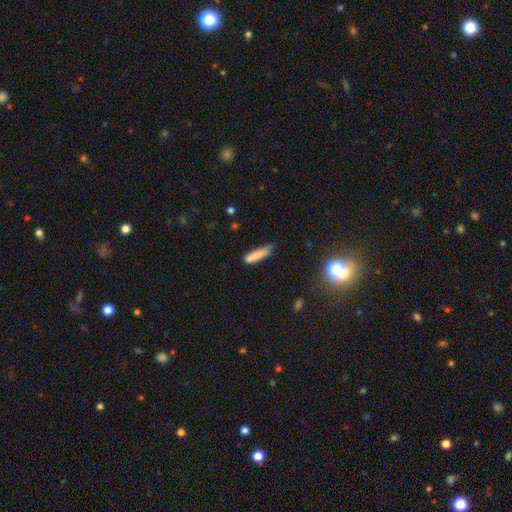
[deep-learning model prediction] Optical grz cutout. It shows a smooth galaxy with no disk features (79%) that is cigar-shaped (78%). Merging: none (53%).